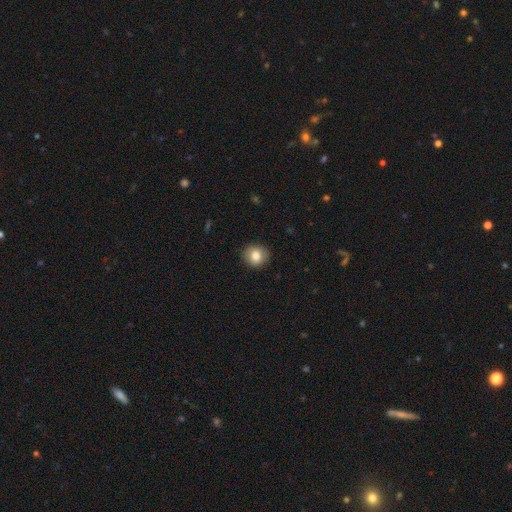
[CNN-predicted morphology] type=smooth (81%); roundness=round (82%); merging=none (88%).